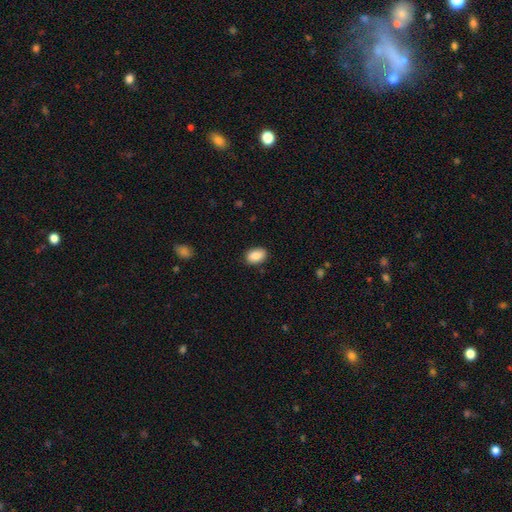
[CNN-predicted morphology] Smooth or featured?
  - smooth: 89% *
  - star or artifact: 7%
  - featured or disk: 4%
How rounded?
  - in between: 87% *
  - round: 11%
  - cigar-shaped: 1%
Merging?
  - none: 87% *
  - minor disturbance: 10%
  - major disturbance: 2%
  - merger: 1%